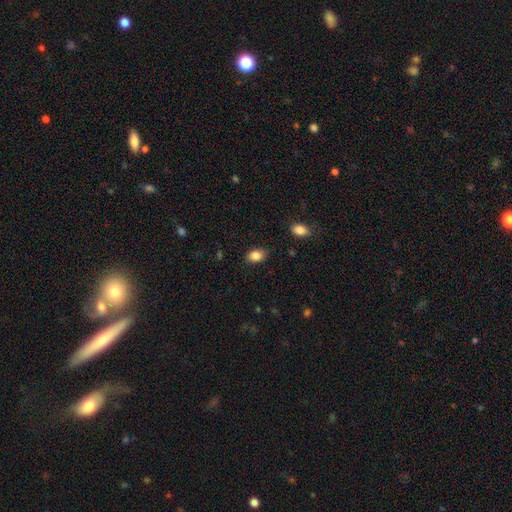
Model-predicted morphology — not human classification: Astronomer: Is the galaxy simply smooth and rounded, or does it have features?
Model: smooth — 86%.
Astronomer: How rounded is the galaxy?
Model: in between — 82%.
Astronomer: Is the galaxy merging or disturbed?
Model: none — 84%.